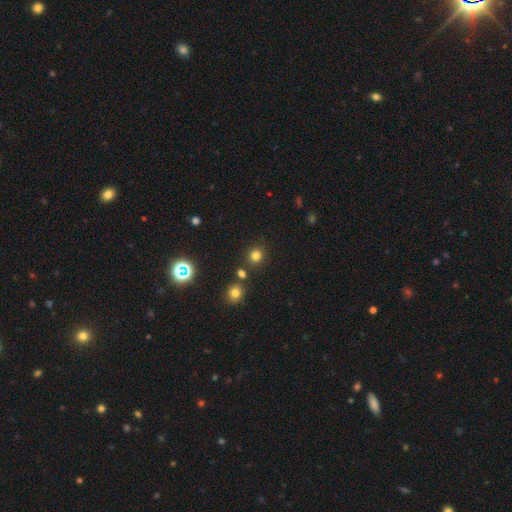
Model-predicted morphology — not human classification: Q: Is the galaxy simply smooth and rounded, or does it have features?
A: smooth — 75%.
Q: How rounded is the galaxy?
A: round — 87%.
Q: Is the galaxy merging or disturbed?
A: none — 82%.